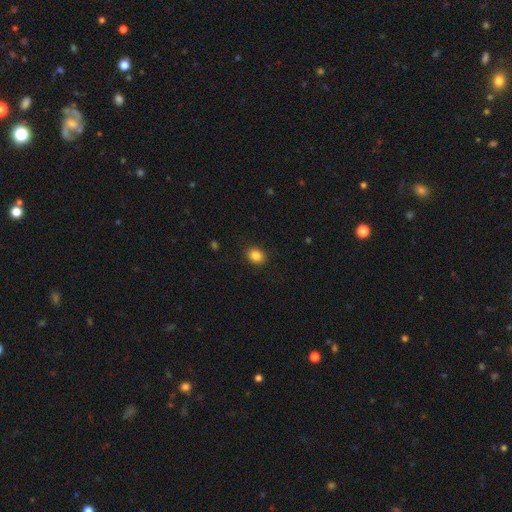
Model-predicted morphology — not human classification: The model was most divided on "how rounded": in between: 54%, round: 45%, cigar-shaped: 1%. More confident: merging — none (89%); smooth or featured — smooth (85%).